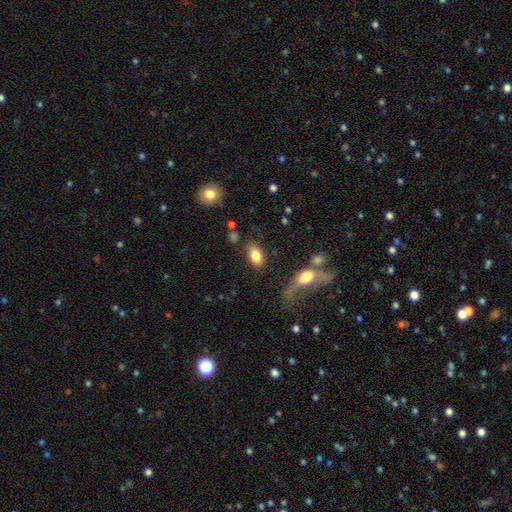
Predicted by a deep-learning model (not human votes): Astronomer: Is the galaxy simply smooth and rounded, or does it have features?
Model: smooth — 84%.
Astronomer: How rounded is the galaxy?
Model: in between — 91%.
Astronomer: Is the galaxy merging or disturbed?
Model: none — 75%.